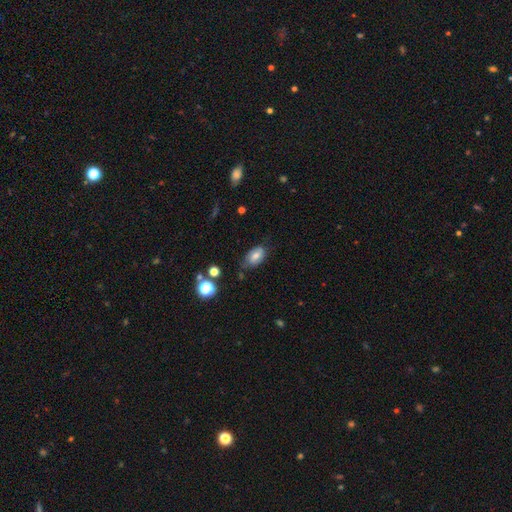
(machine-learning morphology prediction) Overall: smooth (70%). How rounded: in between (89%). Merging: none (63%; minor disturbance 26%).